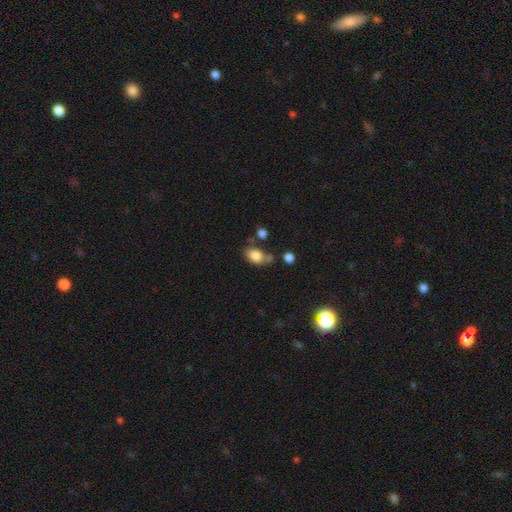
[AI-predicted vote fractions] Smooth or featured?
  - smooth: 81% *
  - featured or disk: 10%
  - star or artifact: 9%
How rounded?
  - in between: 78% *
  - round: 20%
  - cigar-shaped: 1%
Merging?
  - none: 53% *
  - minor disturbance: 22%
  - merger: 18%
  - major disturbance: 7%